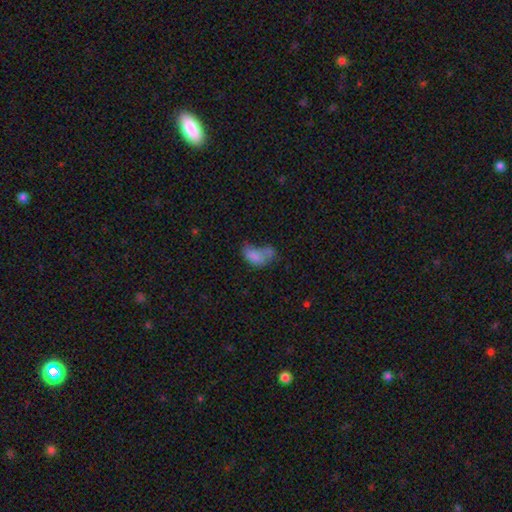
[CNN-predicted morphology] This appears to be a smooth galaxy with no disk features (73%) that is in between round and cigar-shaped (90%). Merging: merger (30%).